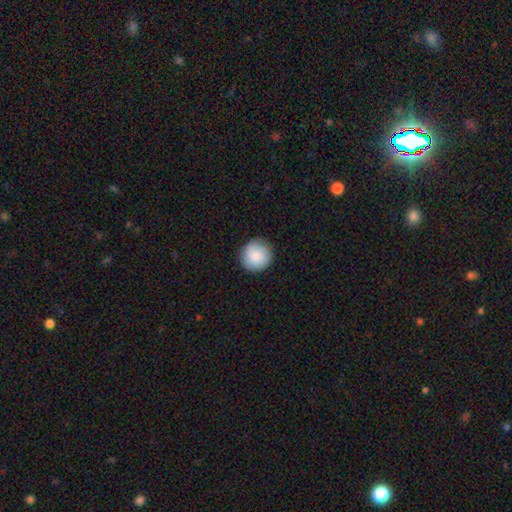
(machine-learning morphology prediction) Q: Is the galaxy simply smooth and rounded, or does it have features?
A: smooth — 87%.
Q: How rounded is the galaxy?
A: round — 94%.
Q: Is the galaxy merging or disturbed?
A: none — 88%.